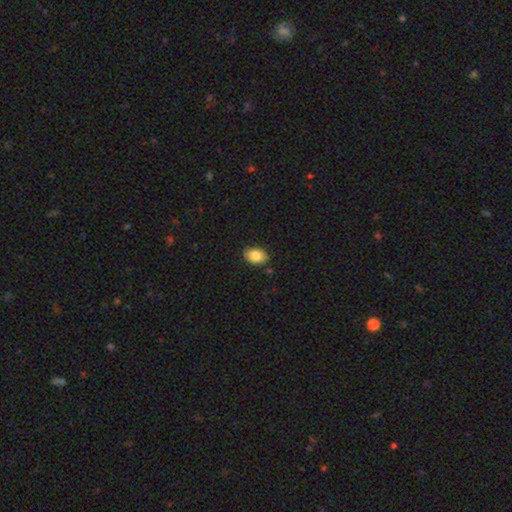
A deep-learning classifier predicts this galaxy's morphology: Smooth or featured: smooth — 84% (featured or disk — 8%)
How rounded: in between — 82% (round — 17%)
Merging: none — 87% (minor disturbance — 10%)